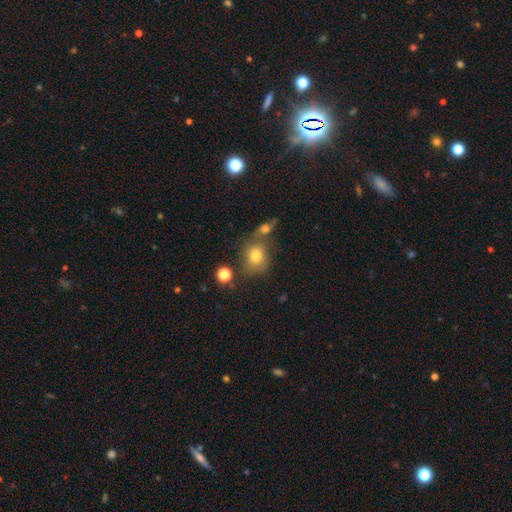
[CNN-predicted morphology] The model was most divided on "how rounded": round: 59%, in between: 40%, cigar-shaped: 1%. More confident: smooth or featured — smooth (73%); merging — none (50%).